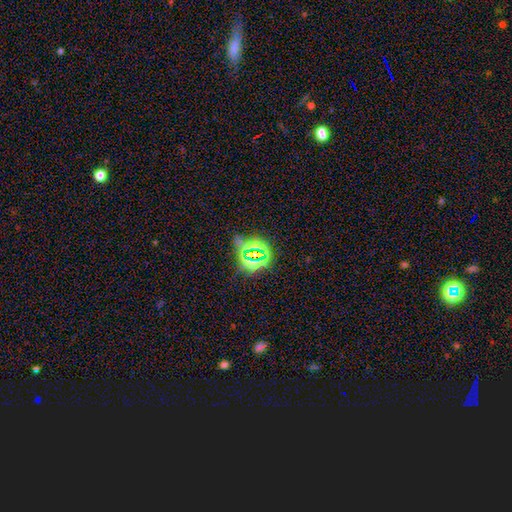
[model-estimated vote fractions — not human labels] Smooth or featured: star or artifact — 64% (smooth — 24%)